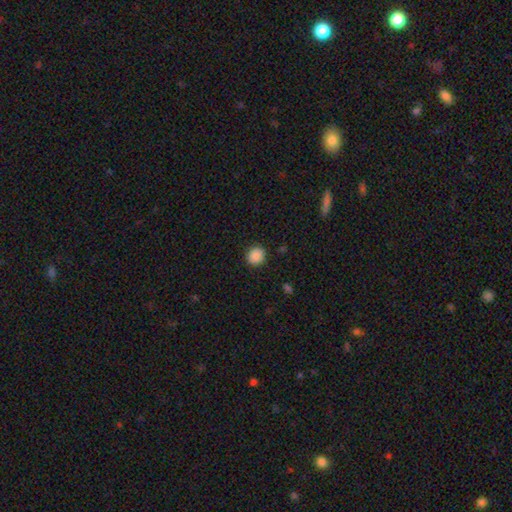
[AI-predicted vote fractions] Smooth or featured? smooth (89%)
How rounded? round (85%)
Merging? none (90%)